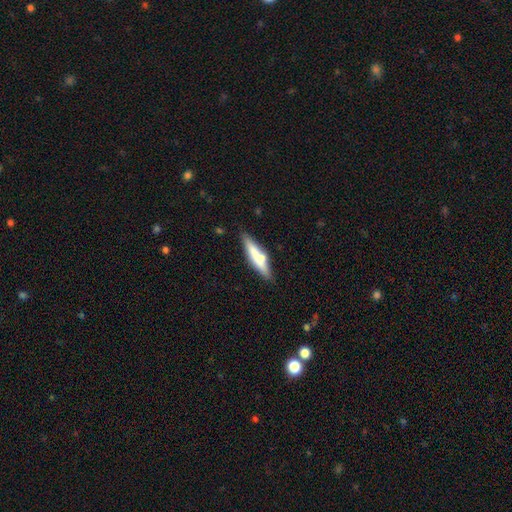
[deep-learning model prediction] smooth 62%, featured or disk 32%, star or artifact 6%. Down the decision tree: how rounded — cigar-shaped (78%); merging — none (72%).